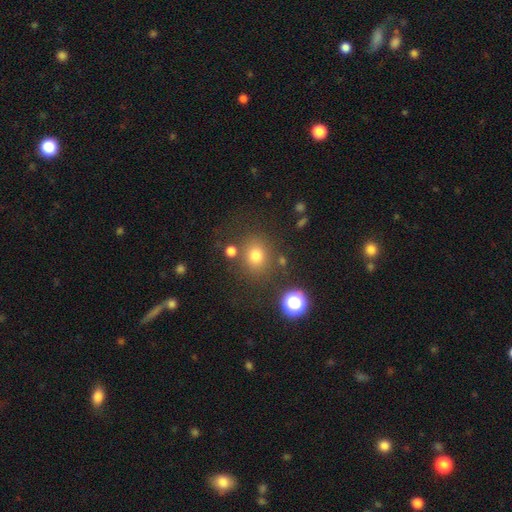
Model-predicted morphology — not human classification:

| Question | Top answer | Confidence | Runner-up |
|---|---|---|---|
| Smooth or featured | smooth | 74% | star or artifact (18%) |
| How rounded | round | 83% | in between (16%) |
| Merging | none | 79% | minor disturbance (10%) |